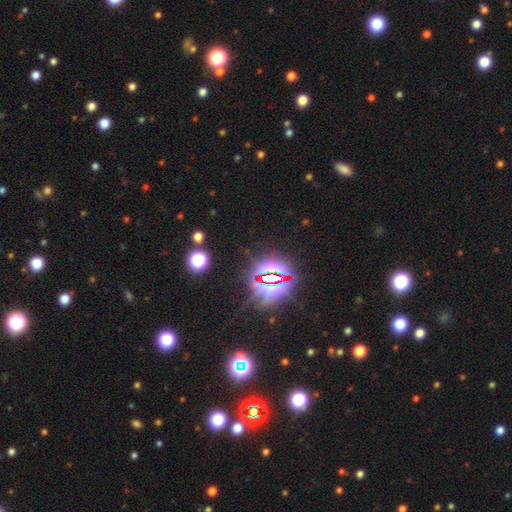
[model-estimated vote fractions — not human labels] Smooth or featured?
  - star or artifact: 81% *
  - smooth: 12%
  - featured or disk: 7%